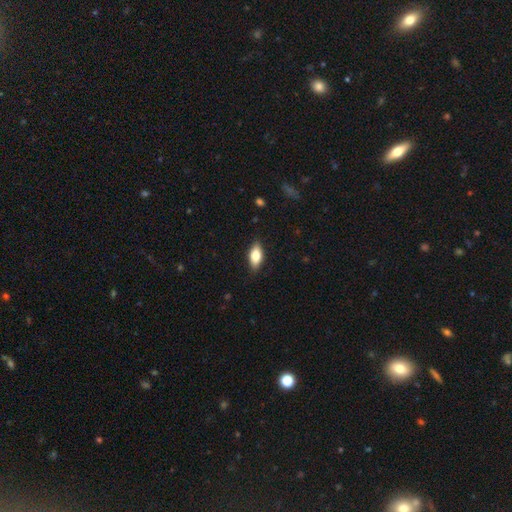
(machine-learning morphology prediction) Smooth or featured?
  - smooth: 71% *
  - featured or disk: 22%
  - star or artifact: 7%
How rounded?
  - in between: 83% *
  - cigar-shaped: 14%
  - round: 3%
Merging?
  - none: 85% *
  - minor disturbance: 11%
  - major disturbance: 2%
  - merger: 1%